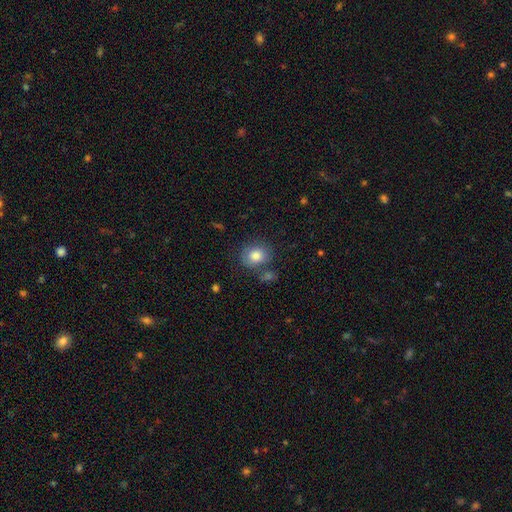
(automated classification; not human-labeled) Smooth or featured?
  - smooth: 83% *
  - featured or disk: 9%
  - star or artifact: 8%
How rounded?
  - round: 67% *
  - in between: 32%
  - cigar-shaped: 1%
Merging?
  - none: 70% *
  - minor disturbance: 16%
  - merger: 9%
  - major disturbance: 5%